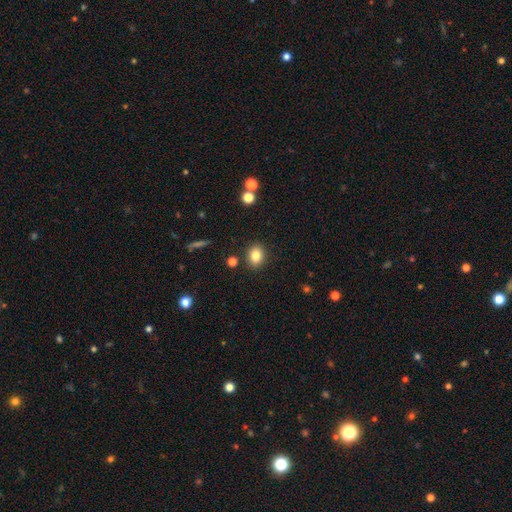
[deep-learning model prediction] smooth-or-featured: smooth: 83% | star or artifact: 10% | featured or disk: 7%
  how-rounded: in between: 58% | round: 41% | cigar-shaped: 1%
  merging: none: 87% | minor disturbance: 8% | merger: 3% | major disturbance: 2%